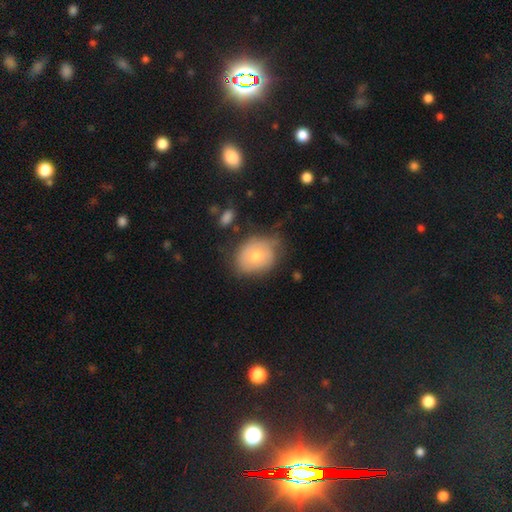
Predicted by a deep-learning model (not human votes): Q: Smooth or featured?
A: smooth (58%); runner-up: featured or disk (34%)
Q: How rounded?
A: in between (50%); runner-up: round (49%)
Q: Merging?
A: none (62%); runner-up: minor disturbance (27%)